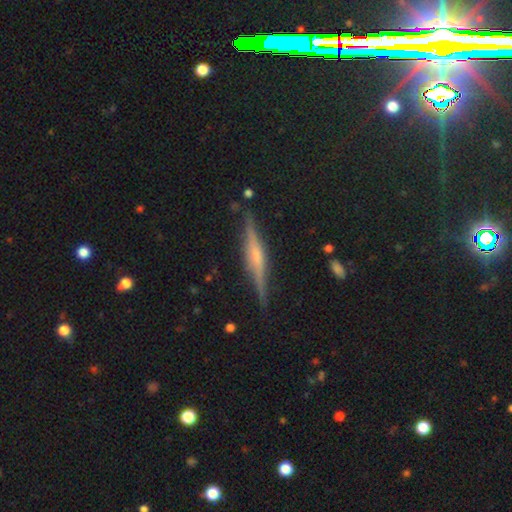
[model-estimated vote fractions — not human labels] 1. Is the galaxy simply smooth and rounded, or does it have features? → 75% featured or disk, 16% smooth, 8% star or artifact.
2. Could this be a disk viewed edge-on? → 97% yes, 3% no.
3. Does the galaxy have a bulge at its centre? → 58% rounded, 26% boxy, 17% none.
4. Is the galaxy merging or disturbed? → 88% none, 9% minor disturbance, 2% major disturbance, 1% merger.